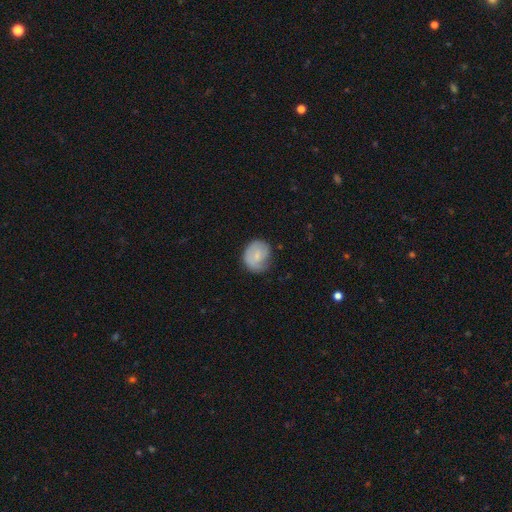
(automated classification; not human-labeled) The model was most divided on "merging": none: 62%, minor disturbance: 28%, major disturbance: 9%, merger: 1%. More confident: how rounded — round (76%); smooth or featured — smooth (65%).